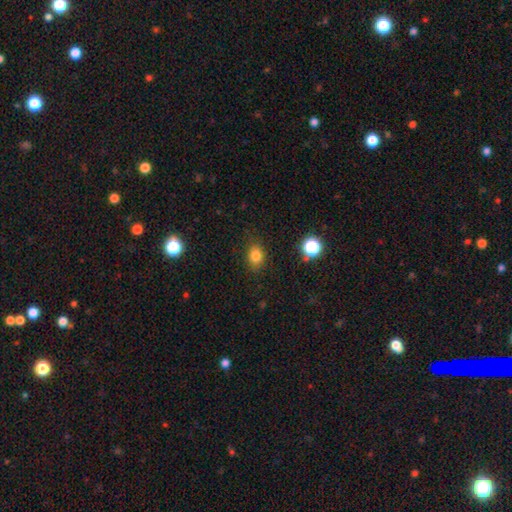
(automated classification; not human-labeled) This appears to be a smooth galaxy with no disk features (81%) that is in between round and cigar-shaped (59%). Merging: none (84%).